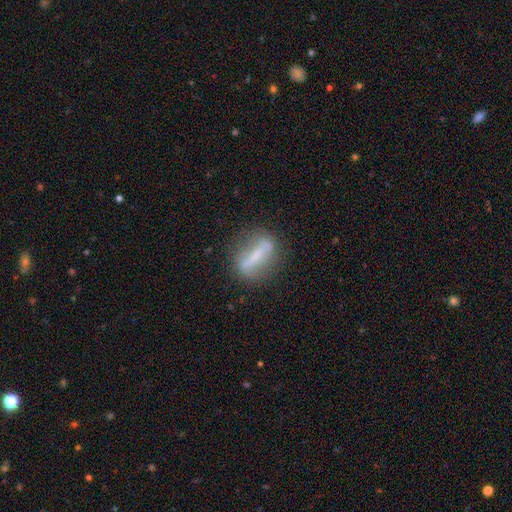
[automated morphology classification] Smooth or featured?
  - featured or disk: 63% *
  - smooth: 26%
  - star or artifact: 10%
Edge-on disk?
  - no: 65% *
  - yes: 35%
Merging?
  - none: 81% *
  - minor disturbance: 11%
  - major disturbance: 5%
  - merger: 2%